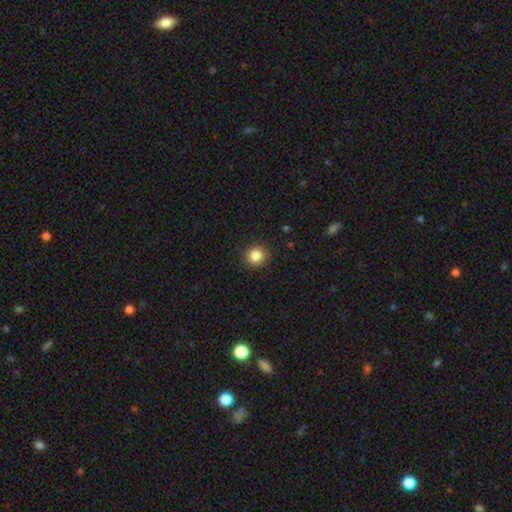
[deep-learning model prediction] A smooth galaxy with no disk features (85%) that is round (92%). Merging: none (91%).